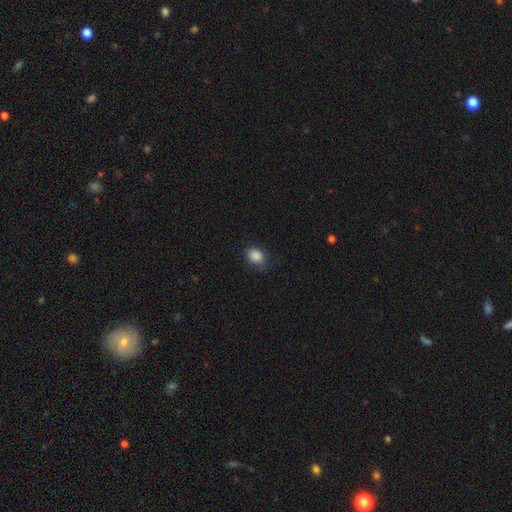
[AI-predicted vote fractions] The model was most divided on "how rounded": in between: 57%, round: 42%, cigar-shaped: 1%. More confident: smooth or featured — smooth (86%); merging — none (74%).